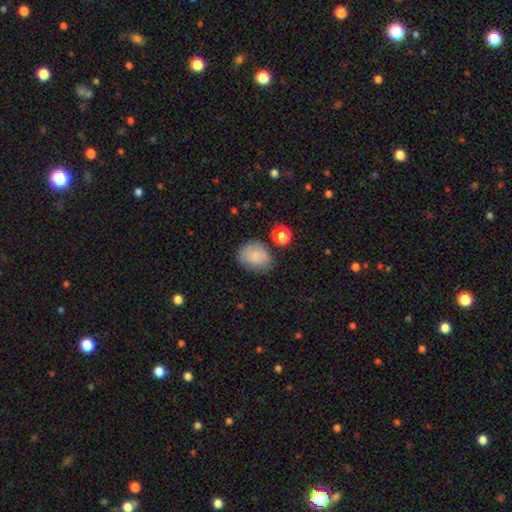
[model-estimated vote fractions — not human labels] A smooth galaxy with no disk features (78%) that is round (50%). Merging: none (64%).